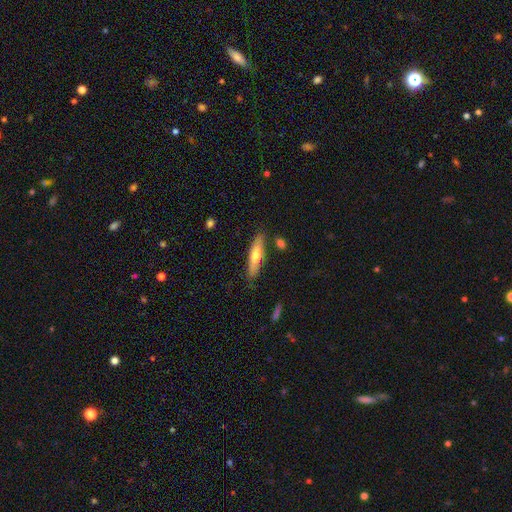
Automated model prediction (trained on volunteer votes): Overall: smooth (59%; featured or disk 35%). How rounded: cigar-shaped (68%; in between 30%). Merging: none (79%).